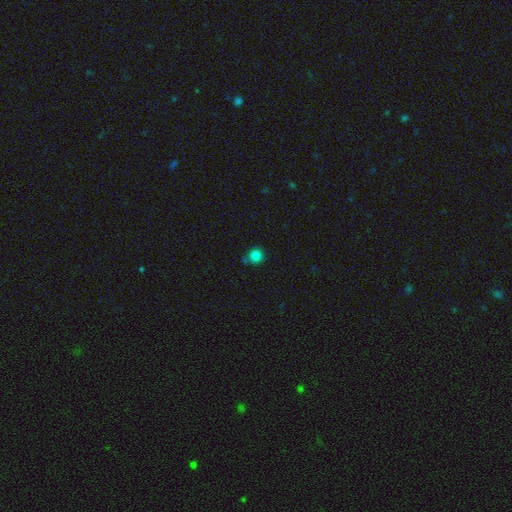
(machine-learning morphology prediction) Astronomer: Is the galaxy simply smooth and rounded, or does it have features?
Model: smooth — 84%.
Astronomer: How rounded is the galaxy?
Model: round — 93%.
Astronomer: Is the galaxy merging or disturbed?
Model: none — 78%.